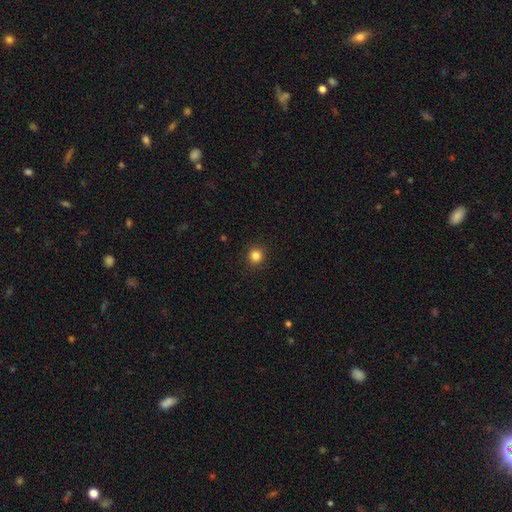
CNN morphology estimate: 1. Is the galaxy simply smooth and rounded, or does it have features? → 84% smooth, 12% star or artifact, 4% featured or disk.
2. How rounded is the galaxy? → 92% round, 7% in between, 1% cigar-shaped.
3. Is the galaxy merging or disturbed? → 92% none, 5% minor disturbance, 2% major disturbance, 1% merger.